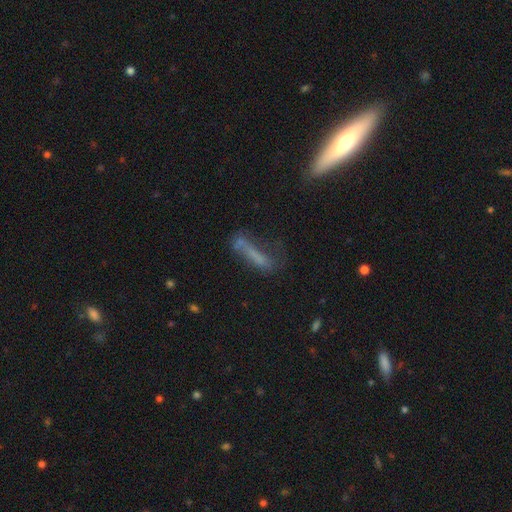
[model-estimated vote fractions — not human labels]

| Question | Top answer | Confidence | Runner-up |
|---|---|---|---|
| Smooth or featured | smooth | 56% | featured or disk (30%) |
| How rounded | cigar-shaped | 78% | in between (20%) |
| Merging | none | 37% | major disturbance (27%) |